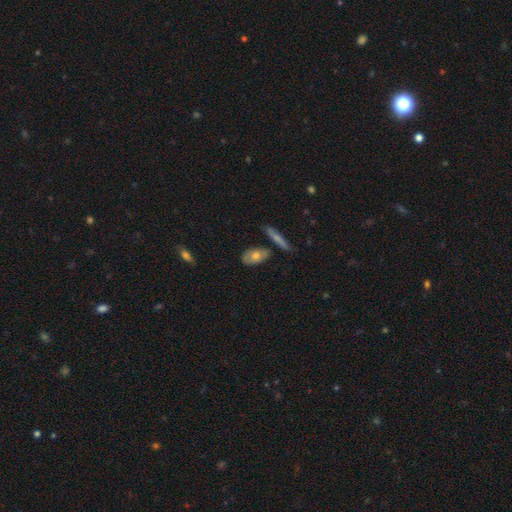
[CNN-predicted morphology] This appears to be a smooth galaxy with no disk features (62%) that is in between round and cigar-shaped (85%). Merging: none (69%).